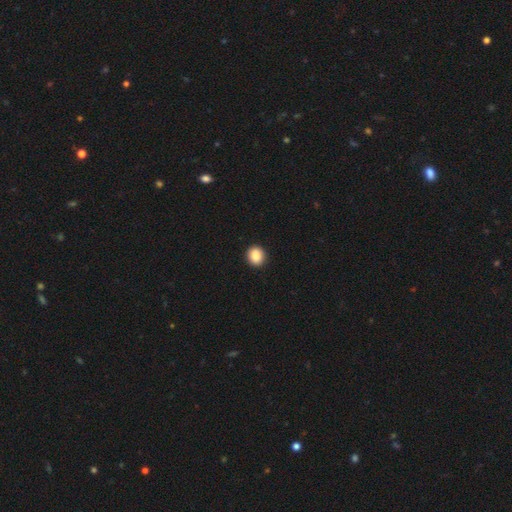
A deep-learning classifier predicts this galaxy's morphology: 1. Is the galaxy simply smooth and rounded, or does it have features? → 88% smooth, 9% star or artifact, 3% featured or disk.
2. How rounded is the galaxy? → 78% round, 21% in between, 1% cigar-shaped.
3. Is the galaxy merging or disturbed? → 92% none, 5% minor disturbance, 2% major disturbance, 1% merger.